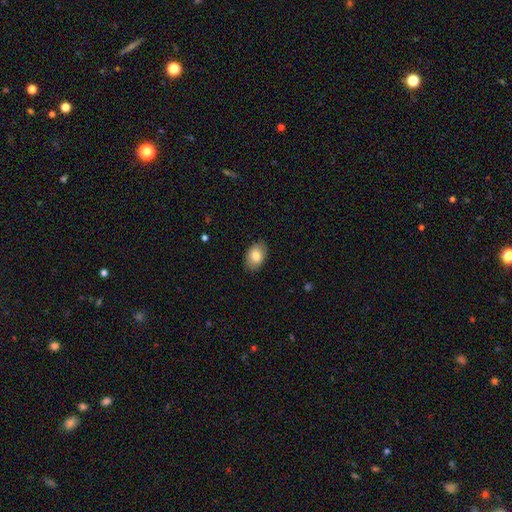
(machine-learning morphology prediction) A smooth galaxy with no disk features (81%) that is in between round and cigar-shaped (85%).

Vote fractions:
- Smooth or featured? smooth: 81% / featured or disk: 12% / star or artifact: 7%
- How rounded? in between: 85% / round: 14% / cigar-shaped: 1%
- Merging? none: 87% / minor disturbance: 10% / major disturbance: 2% / merger: 1%